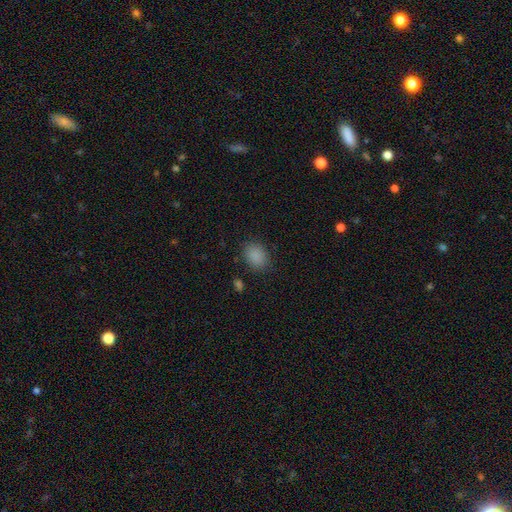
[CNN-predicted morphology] A smooth galaxy with no disk features (87%) that is in between round and cigar-shaped (62%). Merging: none (83%).